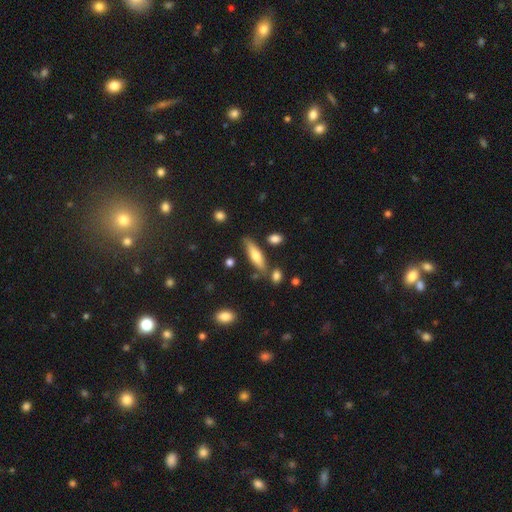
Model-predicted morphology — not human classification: A smooth galaxy with no disk features (61%) that is cigar-shaped (63%).

Vote fractions:
- Smooth or featured? smooth: 61% / featured or disk: 32% / star or artifact: 7%
- How rounded? cigar-shaped: 63% / in between: 35% / round: 2%
- Merging? none: 74% / minor disturbance: 15% / merger: 8% / major disturbance: 4%